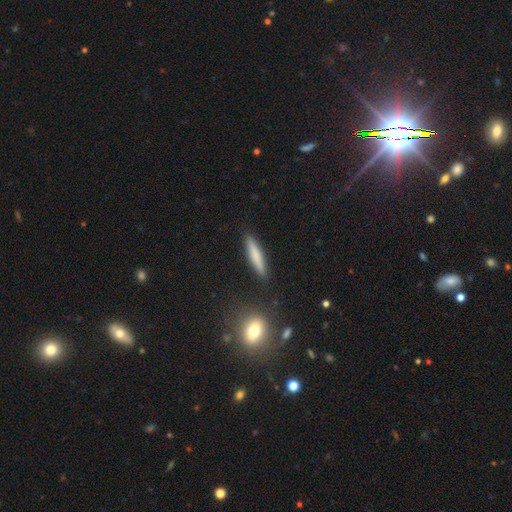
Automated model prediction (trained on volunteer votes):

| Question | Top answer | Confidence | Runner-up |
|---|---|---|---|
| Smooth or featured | smooth | 72% | featured or disk (22%) |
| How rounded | cigar-shaped | 91% | in between (8%) |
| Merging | none | 89% | minor disturbance (8%) |